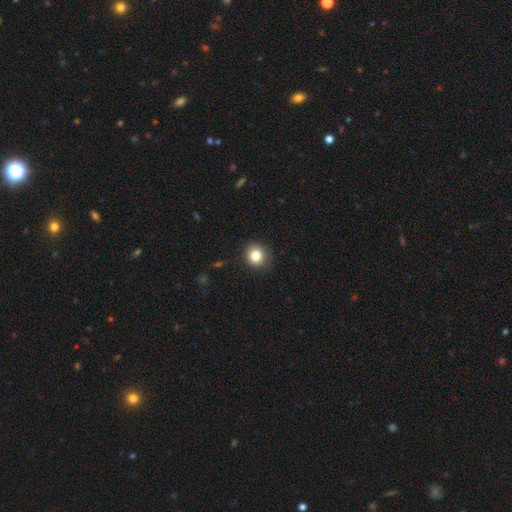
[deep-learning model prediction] A smooth galaxy with no disk features (83%) that is round (88%). Merging: none (89%).